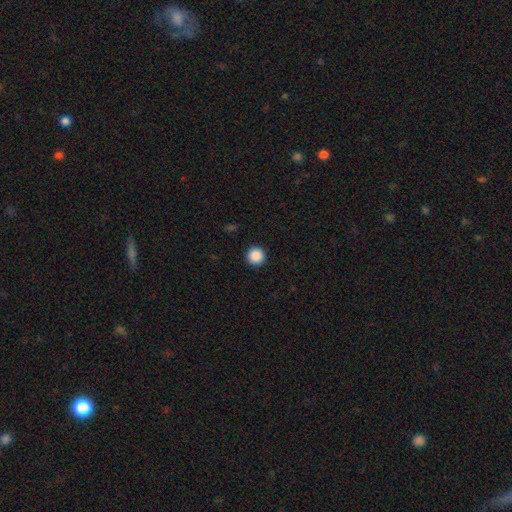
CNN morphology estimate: smooth-or-featured: smooth: 89% | star or artifact: 9% | featured or disk: 2%
  how-rounded: round: 96% | in between: 3% | cigar-shaped: 1%
  merging: none: 93% | minor disturbance: 4% | major disturbance: 2% | merger: 1%